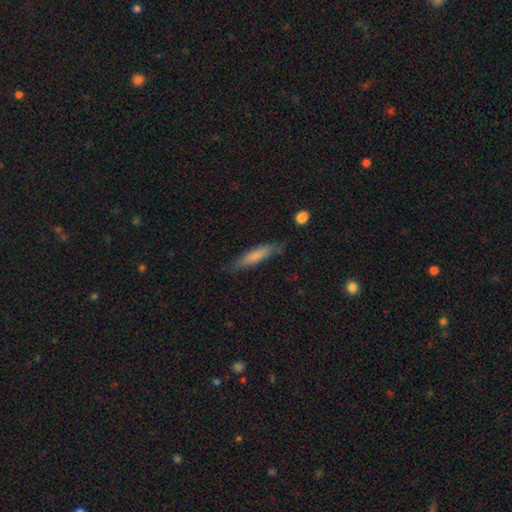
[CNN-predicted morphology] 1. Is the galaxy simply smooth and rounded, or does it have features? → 73% smooth, 21% featured or disk, 6% star or artifact.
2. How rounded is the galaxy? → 85% cigar-shaped, 14% in between, 1% round.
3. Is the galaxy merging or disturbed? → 76% none, 18% minor disturbance, 4% major disturbance, 2% merger.